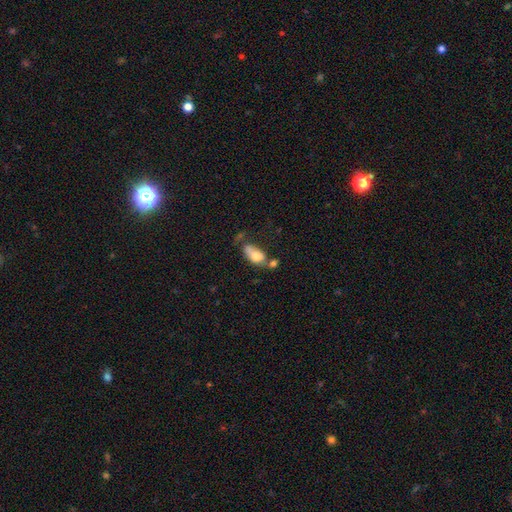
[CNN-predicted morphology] Smooth or featured?
  - smooth: 72% *
  - featured or disk: 20%
  - star or artifact: 8%
How rounded?
  - in between: 87% *
  - round: 8%
  - cigar-shaped: 5%
Merging?
  - merger: 38% *
  - none: 30%
  - minor disturbance: 19%
  - major disturbance: 13%